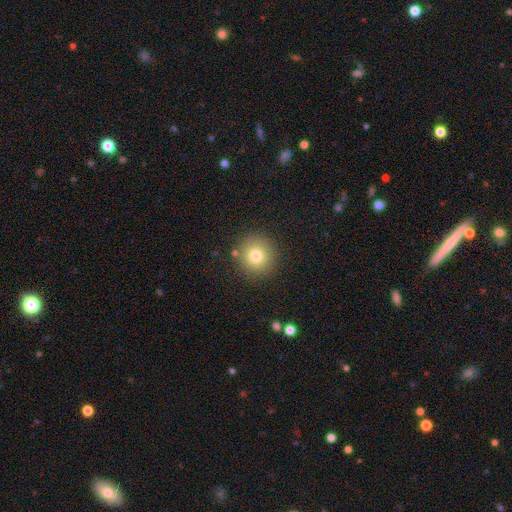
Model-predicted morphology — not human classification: Smooth or featured? smooth (78%)
How rounded? round (93%)
Merging? none (87%)